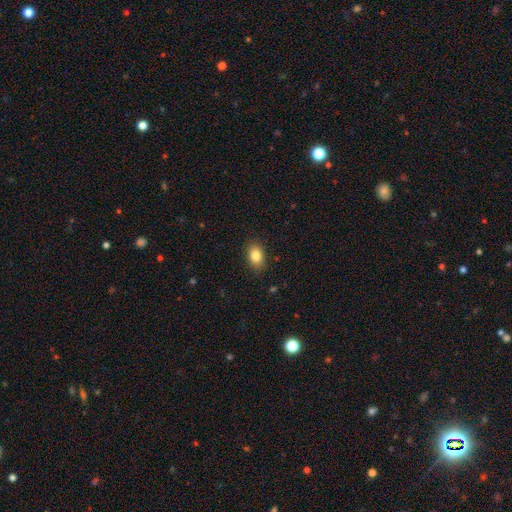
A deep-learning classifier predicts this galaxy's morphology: The model was most divided on "how rounded": in between: 82%, round: 16%, cigar-shaped: 1%. More confident: merging — none (86%); smooth or featured — smooth (84%).